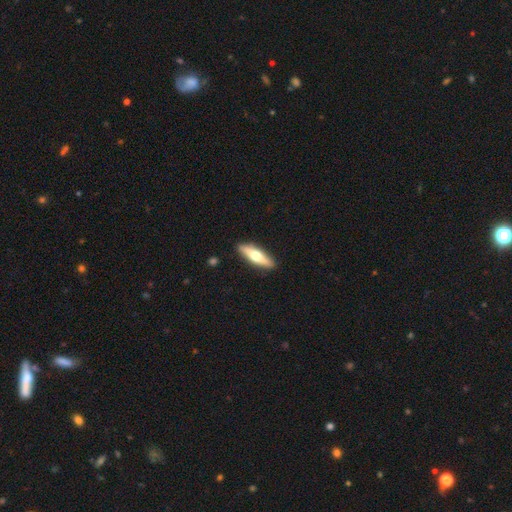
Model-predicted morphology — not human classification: A featured or disk galaxy (48%). Merging: none (90%).